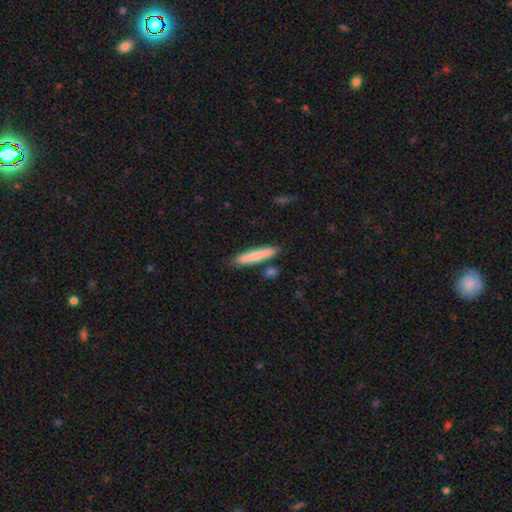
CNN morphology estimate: A smooth galaxy with no disk features (75%) that is cigar-shaped (91%). Merging: none (83%).